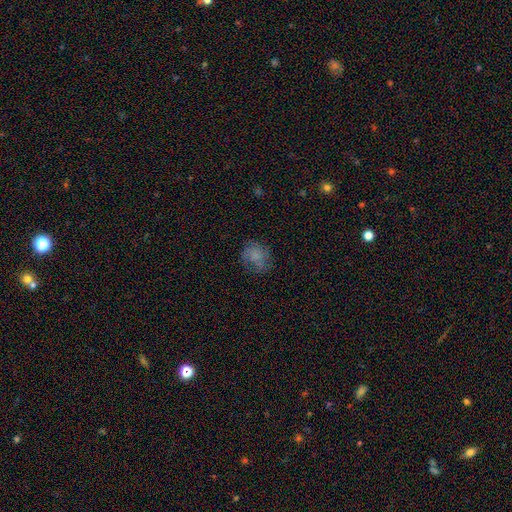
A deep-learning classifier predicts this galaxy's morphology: Smooth or featured?
  - smooth: 70% *
  - featured or disk: 18%
  - star or artifact: 11%
How rounded?
  - round: 68% *
  - in between: 31%
  - cigar-shaped: 1%
Merging?
  - none: 68% *
  - minor disturbance: 21%
  - major disturbance: 10%
  - merger: 1%